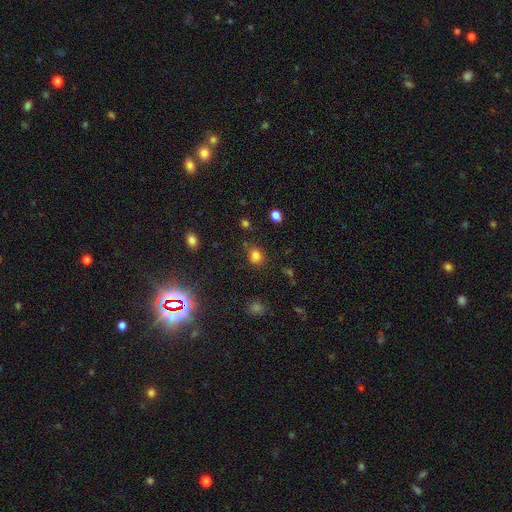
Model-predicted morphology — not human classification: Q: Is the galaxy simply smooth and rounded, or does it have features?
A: smooth — 79%.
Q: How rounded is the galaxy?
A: round — 62%.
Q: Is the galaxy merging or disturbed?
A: none — 69%.